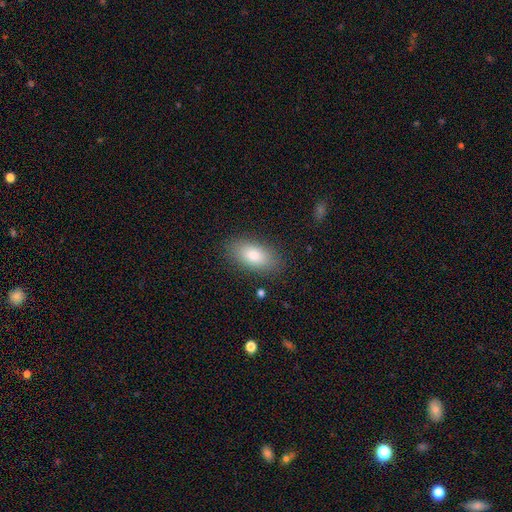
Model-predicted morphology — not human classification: Smooth or featured: smooth — 81% (featured or disk — 12%)
How rounded: in between — 91% (cigar-shaped — 6%)
Merging: none — 86% (minor disturbance — 10%)